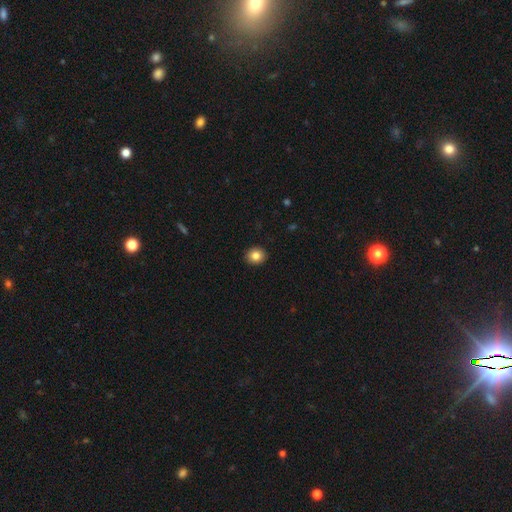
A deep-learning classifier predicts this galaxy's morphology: type=smooth (84%); roundness=round (72%); merging=none (91%).